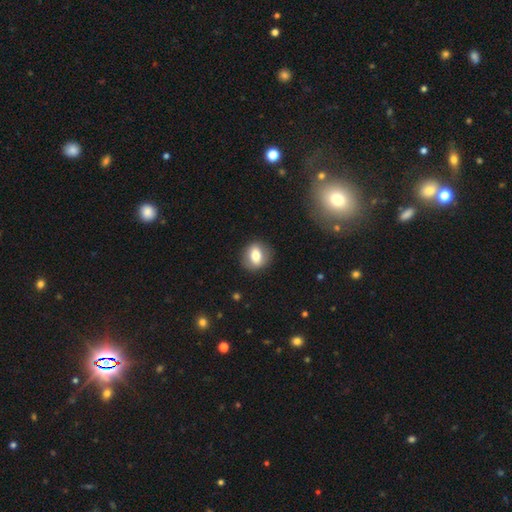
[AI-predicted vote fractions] Smooth or featured?
  - smooth: 67% *
  - featured or disk: 25%
  - star or artifact: 8%
How rounded?
  - round: 59% *
  - in between: 39%
  - cigar-shaped: 2%
Merging?
  - none: 86% *
  - minor disturbance: 9%
  - major disturbance: 3%
  - merger: 1%